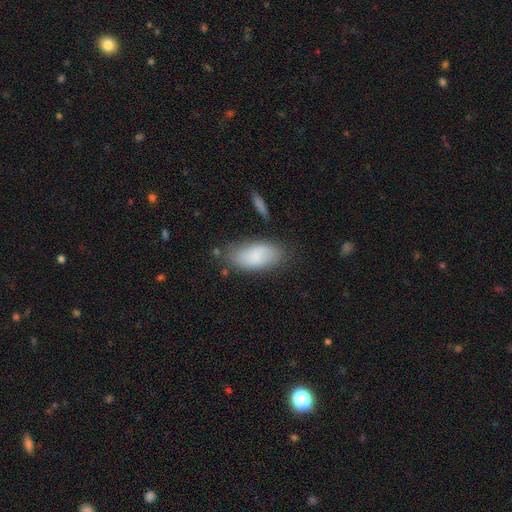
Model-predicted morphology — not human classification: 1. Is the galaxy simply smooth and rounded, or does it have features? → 84% smooth, 10% featured or disk, 6% star or artifact.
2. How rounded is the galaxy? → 90% in between, 7% cigar-shaped, 3% round.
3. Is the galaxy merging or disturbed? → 70% none, 20% minor disturbance, 6% major disturbance, 4% merger.